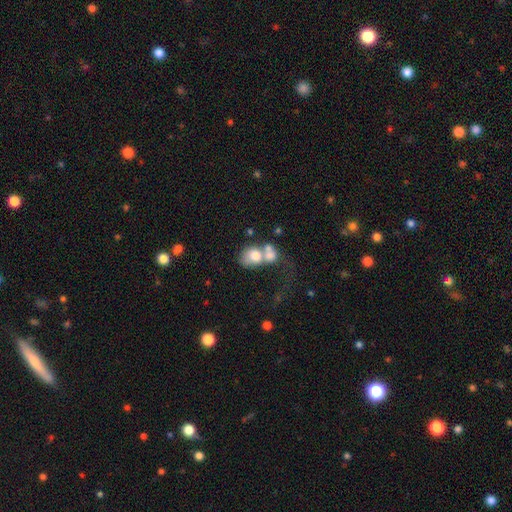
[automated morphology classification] smooth 67%, featured or disk 24%, star or artifact 9%. Down the decision tree: how rounded — in between (53%); merging — merger (67%).